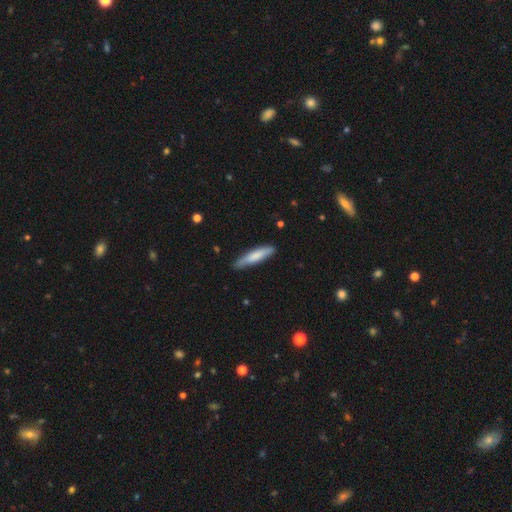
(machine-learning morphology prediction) smooth_or_featured: smooth (p=0.72) [alt: featured or disk p=0.23]
how_rounded: cigar-shaped (p=0.87) [alt: in between p=0.12]
merging: none (p=0.81) [alt: minor disturbance p=0.16]